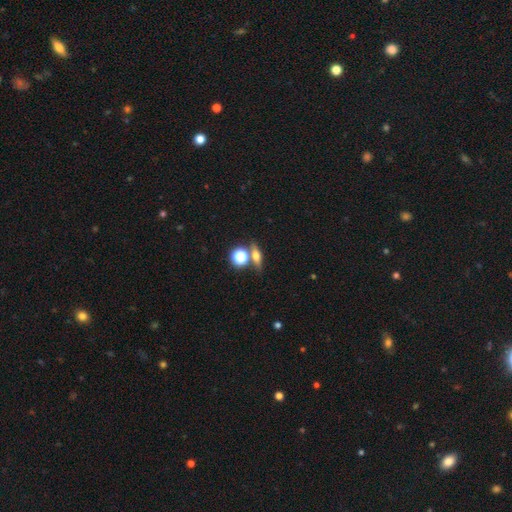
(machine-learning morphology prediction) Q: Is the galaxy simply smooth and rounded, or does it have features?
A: smooth — 47%.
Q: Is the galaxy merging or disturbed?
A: none — 70%.